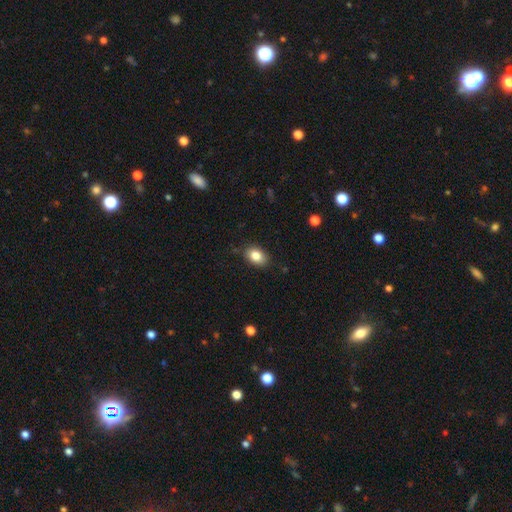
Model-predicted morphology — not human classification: Q: Smooth or featured?
A: smooth (84%); runner-up: star or artifact (9%)
Q: How rounded?
A: in between (76%); runner-up: round (23%)
Q: Merging?
A: none (83%); runner-up: minor disturbance (13%)